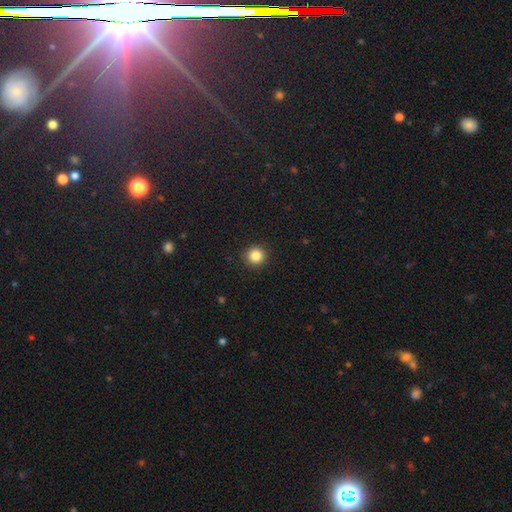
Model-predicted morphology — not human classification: Overall: smooth (85%). How rounded: round (95%). Merging: none (92%).